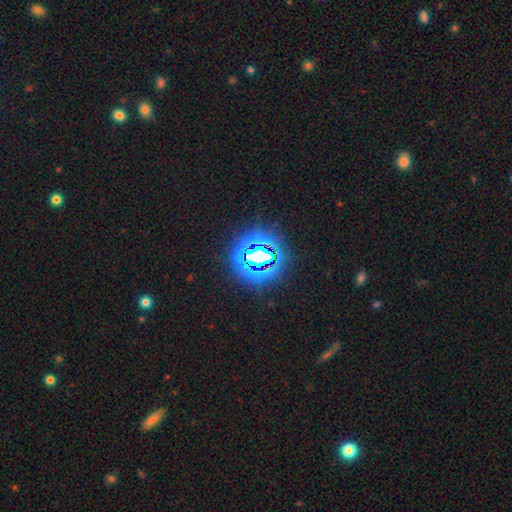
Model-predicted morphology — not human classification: smooth-or-featured: star or artifact: 75% | smooth: 15% | featured or disk: 10%